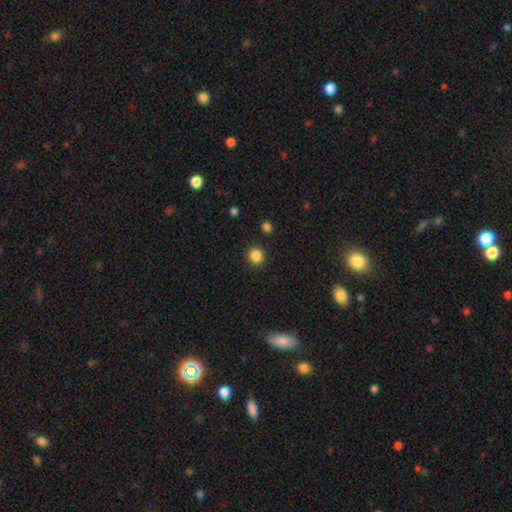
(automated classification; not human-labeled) Smooth or featured?
  - smooth: 86% *
  - star or artifact: 11%
  - featured or disk: 3%
How rounded?
  - round: 93% *
  - in between: 6%
  - cigar-shaped: 1%
Merging?
  - none: 91% *
  - minor disturbance: 6%
  - major disturbance: 2%
  - merger: 2%